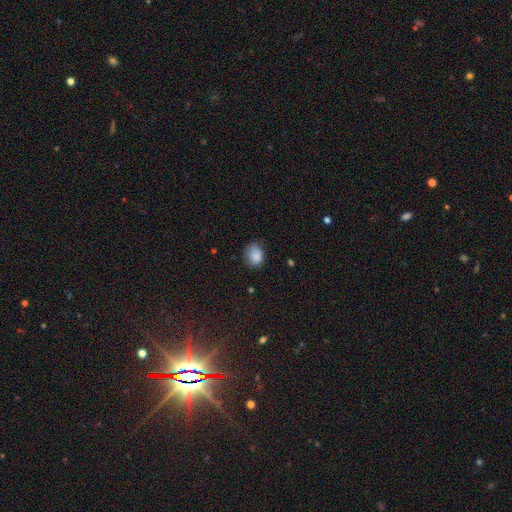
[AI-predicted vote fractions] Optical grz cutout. It shows a smooth galaxy with no disk features (86%) that is in between round and cigar-shaped (55%). Merging: none (62%).